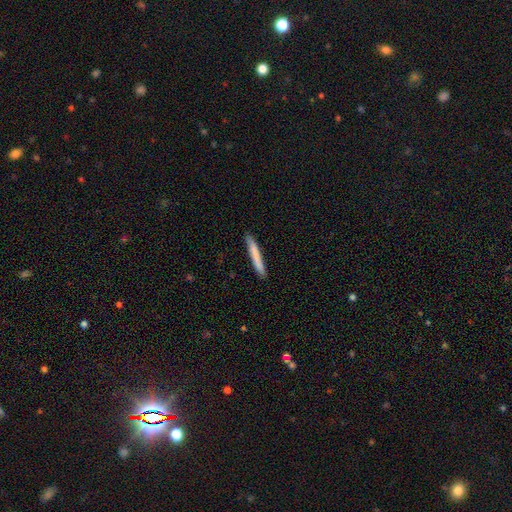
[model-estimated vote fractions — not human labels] Smooth or featured?
  - smooth: 75% *
  - featured or disk: 20%
  - star or artifact: 5%
How rounded?
  - cigar-shaped: 97% *
  - in between: 2%
  - round: 1%
Merging?
  - none: 90% *
  - minor disturbance: 7%
  - major disturbance: 1%
  - merger: 1%